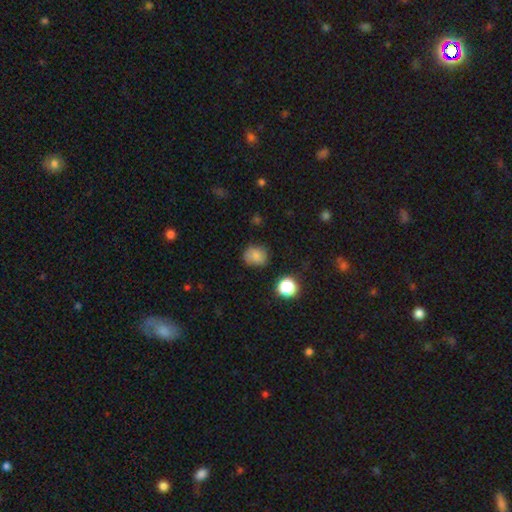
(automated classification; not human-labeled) Overall: smooth (79%). How rounded: round (69%; in between 30%). Merging: none (78%).